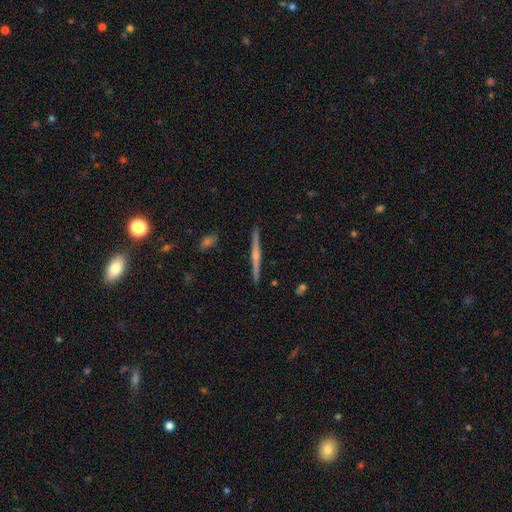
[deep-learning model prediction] Smooth or featured? featured or disk (75%)
Edge-on disk? yes (98%)
Edge-on bulge? rounded (72%)
Merging? none (92%)